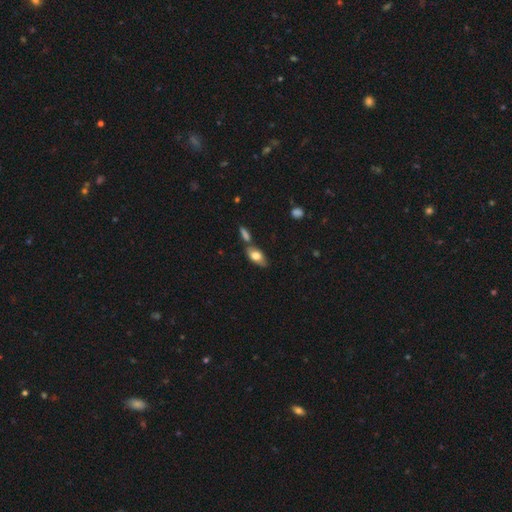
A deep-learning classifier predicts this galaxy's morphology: A smooth galaxy with no disk features (74%) that is in between round and cigar-shaped (88%). Merging: none (59%).